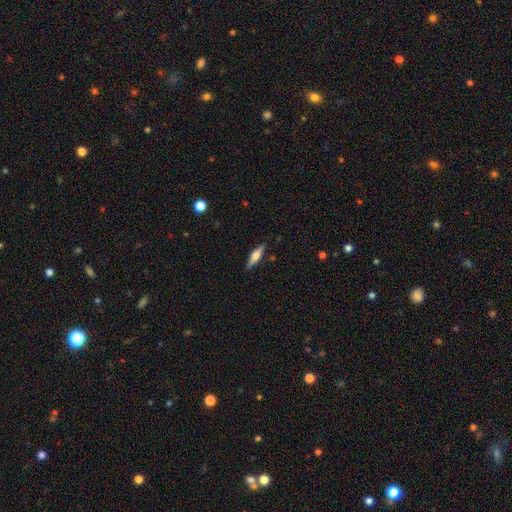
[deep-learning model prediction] A featured or disk galaxy (53%) viewed edge-on (95%) with a rounded central bulge (84%).

Vote fractions:
- Smooth or featured? featured or disk: 53% / smooth: 41% / star or artifact: 6%
- Edge-on disk? yes: 95% / no: 5%
- Edge-on bulge? rounded: 84% / boxy: 12% / none: 4%
- Merging? none: 87% / minor disturbance: 9% / major disturbance: 2% / merger: 2%